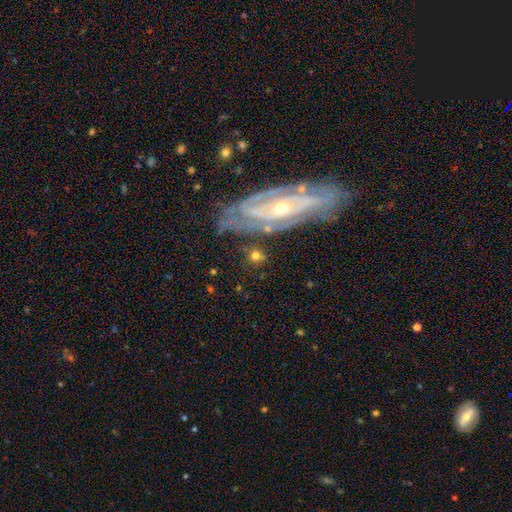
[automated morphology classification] The model was most divided on "smooth or featured": smooth: 54%, featured or disk: 36%, star or artifact: 10%. More confident: merging — none (73%); how rounded — round (71%).